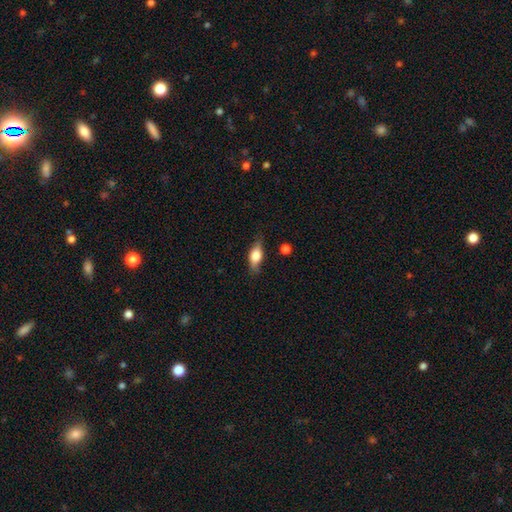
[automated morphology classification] smooth-or-featured: smooth: 61% | featured or disk: 32% | star or artifact: 7%
  how-rounded: in between: 72% | cigar-shaped: 22% | round: 6%
  merging: none: 74% | minor disturbance: 19% | major disturbance: 5% | merger: 2%